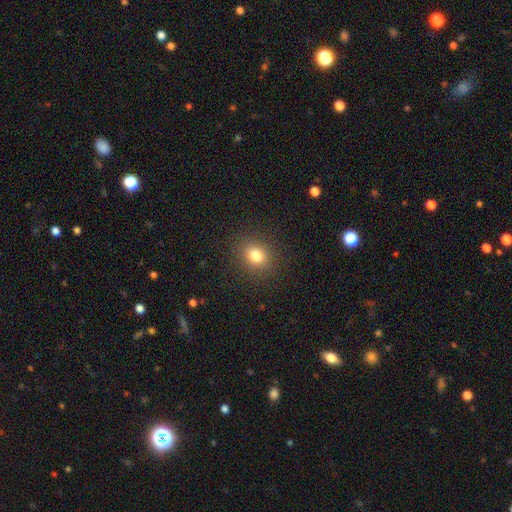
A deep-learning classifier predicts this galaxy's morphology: The model was most divided on "how rounded": round: 66%, in between: 33%, cigar-shaped: 1%. More confident: merging — none (89%); smooth or featured — smooth (80%).